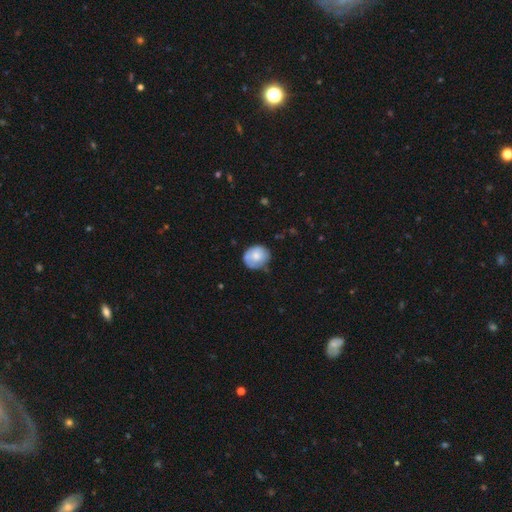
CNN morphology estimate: smooth_or_featured: smooth (p=0.66) [alt: featured or disk p=0.27]
how_rounded: round (p=0.69) [alt: in between p=0.30]
merging: none (p=0.62) [alt: minor disturbance p=0.28]